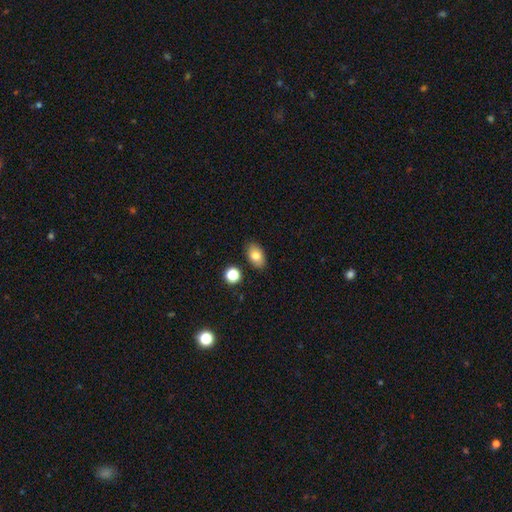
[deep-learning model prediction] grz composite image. It shows a smooth galaxy with no disk features (80%) that is in between round and cigar-shaped (88%). Merging: none (85%).